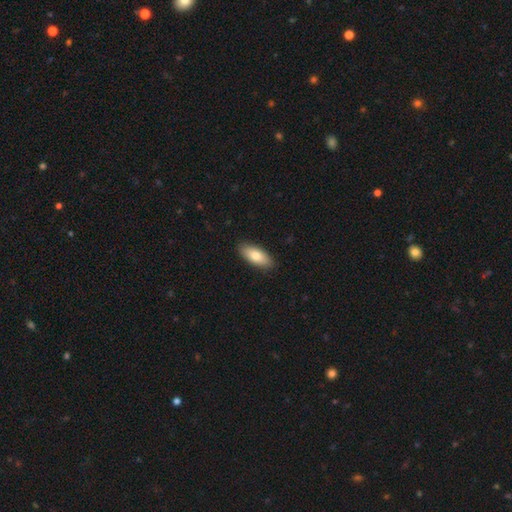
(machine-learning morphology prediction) smooth-or-featured: smooth: 79% | featured or disk: 15% | star or artifact: 6%
  how-rounded: in between: 83% | cigar-shaped: 14% | round: 2%
  merging: none: 89% | minor disturbance: 8% | major disturbance: 2% | merger: 1%